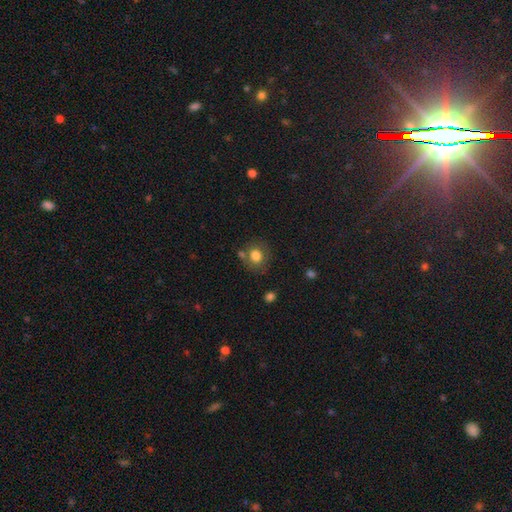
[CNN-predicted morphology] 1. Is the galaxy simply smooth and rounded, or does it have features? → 78% smooth, 11% featured or disk, 10% star or artifact.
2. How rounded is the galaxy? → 77% round, 22% in between, 1% cigar-shaped.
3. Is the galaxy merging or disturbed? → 70% none, 14% minor disturbance, 11% merger, 5% major disturbance.